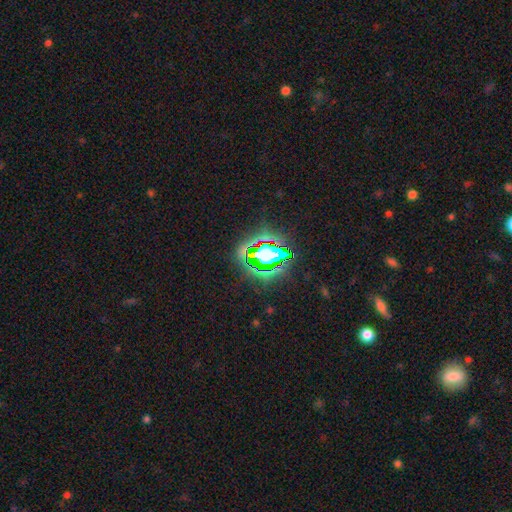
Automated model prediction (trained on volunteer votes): Smooth or featured: star or artifact — 81% (smooth — 12%)